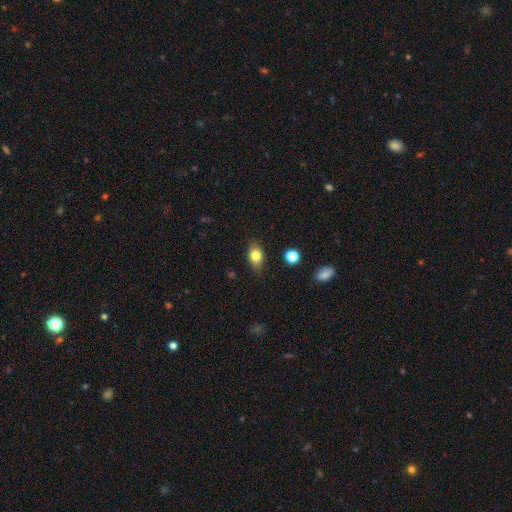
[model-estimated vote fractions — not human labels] Smooth or featured? Predicted: smooth (p=0.79). How rounded? Predicted: in between (p=0.80). Merging? Predicted: none (p=0.82).